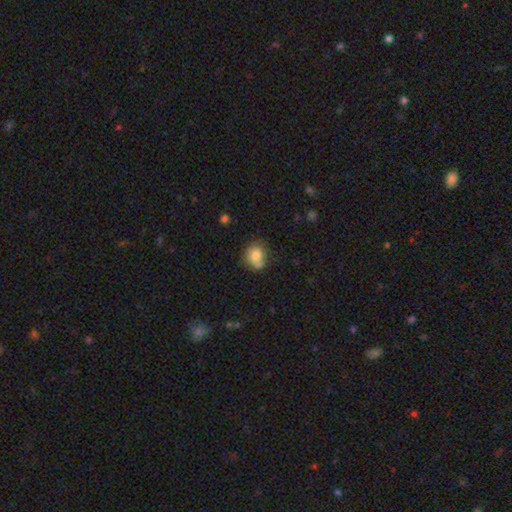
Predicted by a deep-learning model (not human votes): smooth 78%, featured or disk 12%, star or artifact 10%. Down the decision tree: how rounded — round (71%); merging — none (55%).